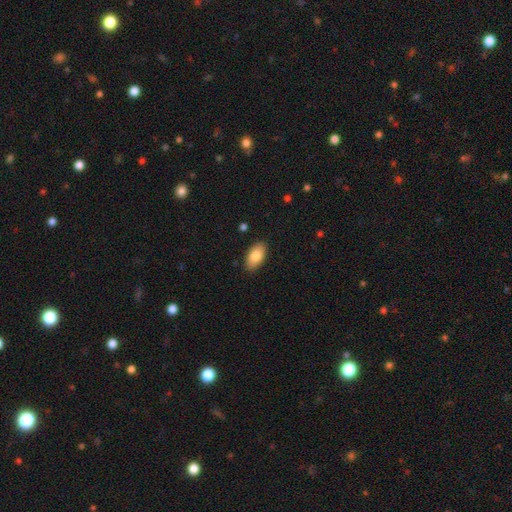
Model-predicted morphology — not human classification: A smooth galaxy with no disk features (82%) that is in between round and cigar-shaped (93%). Merging: none (88%).